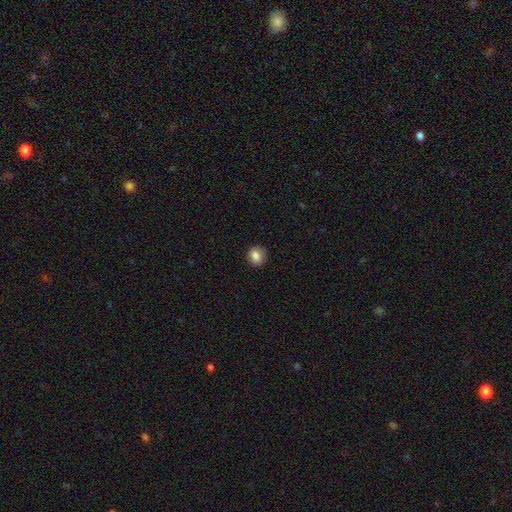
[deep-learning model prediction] This is clearly a smooth galaxy (85%). How rounded: clearly round (81%). Merging: clearly none (88%).